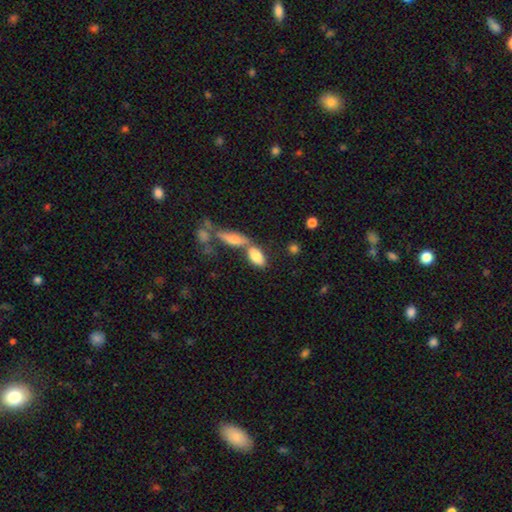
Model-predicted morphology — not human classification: Smooth or featured?
  - smooth: 80% *
  - featured or disk: 12%
  - star or artifact: 7%
How rounded?
  - in between: 87% *
  - cigar-shaped: 10%
  - round: 3%
Merging?
  - none: 46% *
  - merger: 39%
  - minor disturbance: 11%
  - major disturbance: 4%